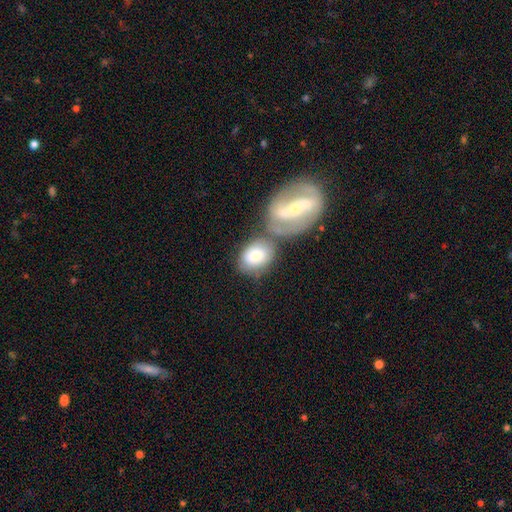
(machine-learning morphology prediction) This appears to be a smooth galaxy with no disk features (66%) that is in between round and cigar-shaped (58%). Merging: none (41%).